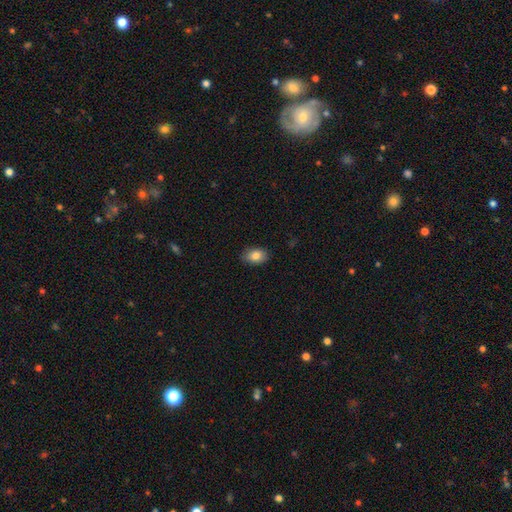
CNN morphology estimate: type=smooth (83%); roundness=in between (84%); merging=none (86%).